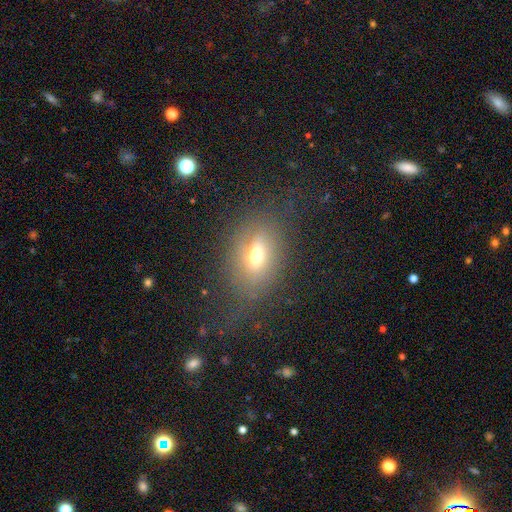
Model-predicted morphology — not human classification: A smooth galaxy with no disk features (60%) that is in between round and cigar-shaped (79%).

Vote fractions:
- Smooth or featured? smooth: 60% / featured or disk: 26% / star or artifact: 14%
- How rounded? in between: 79% / round: 17% / cigar-shaped: 5%
- Merging? none: 60% / minor disturbance: 22% / major disturbance: 16% / merger: 2%